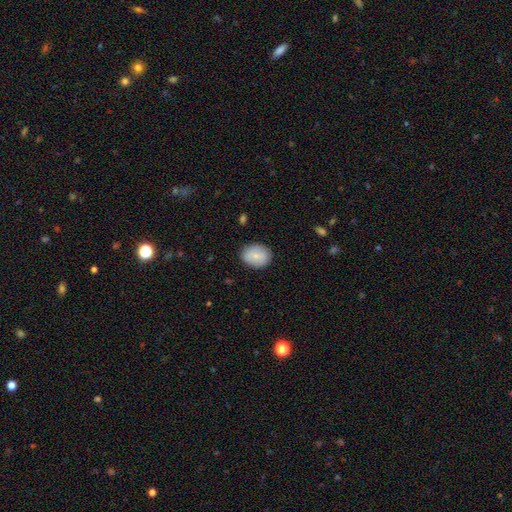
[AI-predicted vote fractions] A smooth galaxy with no disk features (79%) that is in between round and cigar-shaped (56%). Merging: none (86%).